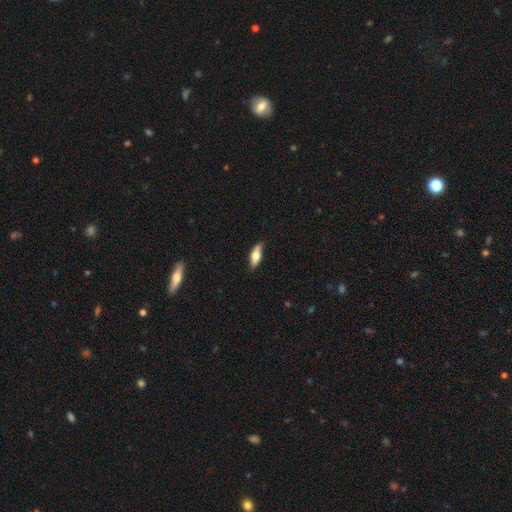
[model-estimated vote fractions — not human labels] Q: Smooth or featured?
A: smooth (63%); runner-up: featured or disk (30%)
Q: How rounded?
A: in between (64%); runner-up: cigar-shaped (33%)
Q: Merging?
A: none (83%); runner-up: minor disturbance (14%)